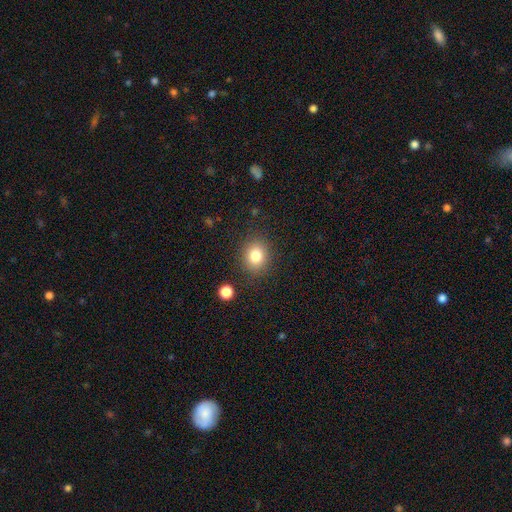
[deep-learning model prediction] smooth_or_featured: smooth (p=0.82) [alt: star or artifact p=0.11]
how_rounded: round (p=0.66) [alt: in between p=0.33]
merging: none (p=0.85) [alt: minor disturbance p=0.09]